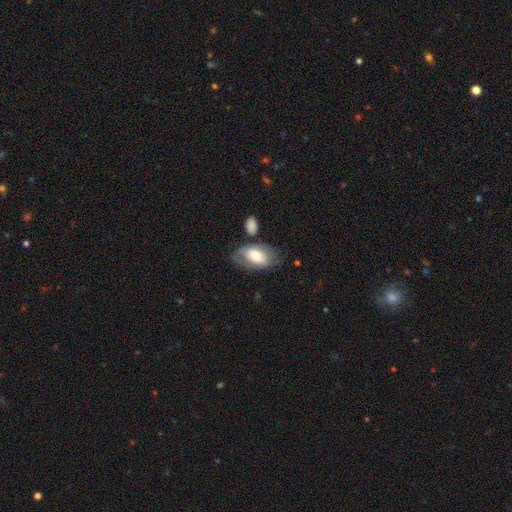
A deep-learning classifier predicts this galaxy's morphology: Overall: smooth (57%; featured or disk 37%). How rounded: in between (90%). Merging: none (52%; minor disturbance 22%).